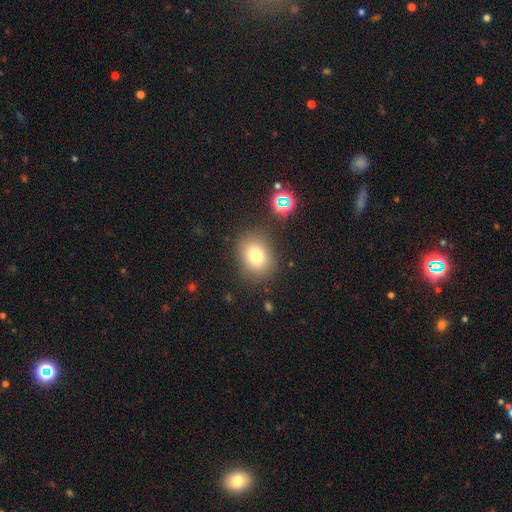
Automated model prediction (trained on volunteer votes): Smooth or featured? smooth (76%)
How rounded? round (53%)
Merging? none (81%)